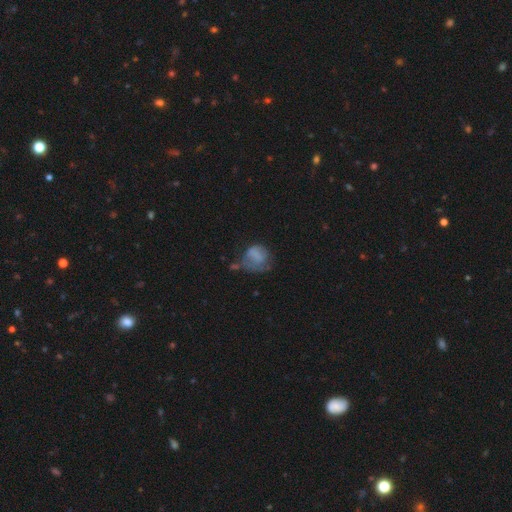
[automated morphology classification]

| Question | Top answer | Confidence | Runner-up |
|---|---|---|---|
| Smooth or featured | smooth | 63% | featured or disk (26%) |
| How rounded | round | 62% | in between (37%) |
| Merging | major disturbance | 38% | none (29%) |